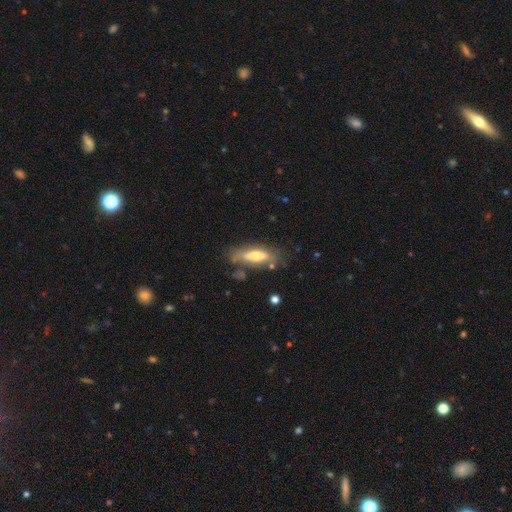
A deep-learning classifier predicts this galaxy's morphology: smooth 54%, featured or disk 39%, star or artifact 7%. Down the decision tree: how rounded — in between (57%); merging — none (64%).